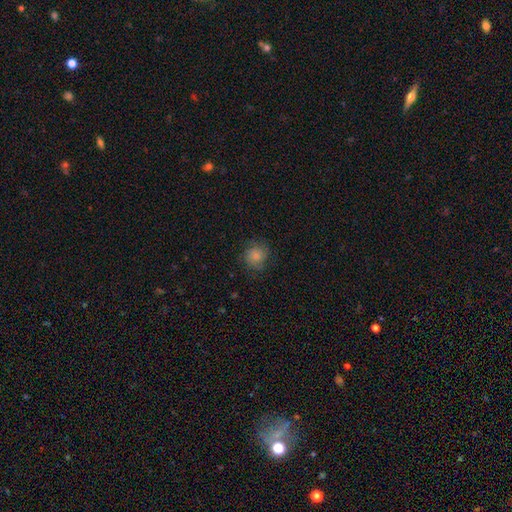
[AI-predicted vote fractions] Smooth or featured?
  - smooth: 80% *
  - featured or disk: 11%
  - star or artifact: 9%
How rounded?
  - round: 87% *
  - in between: 12%
  - cigar-shaped: 1%
Merging?
  - none: 75% *
  - minor disturbance: 17%
  - major disturbance: 7%
  - merger: 1%